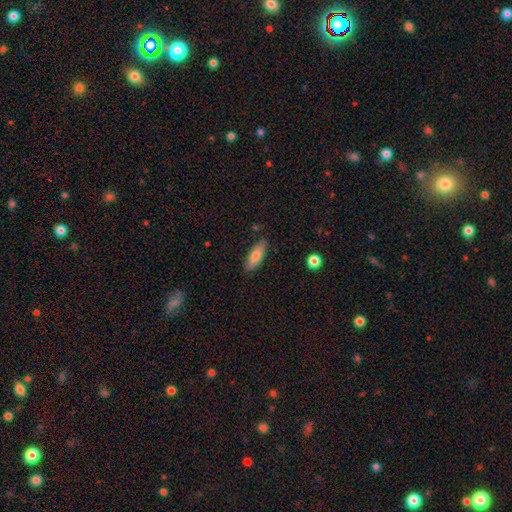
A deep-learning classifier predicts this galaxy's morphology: Overall: smooth (81%). How rounded: in between (62%; cigar-shaped 36%). Merging: none (84%).